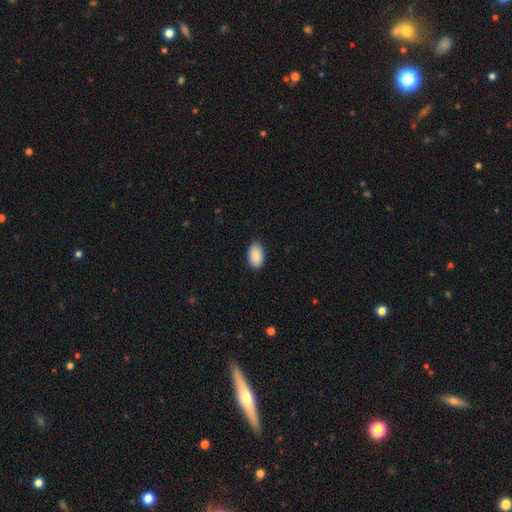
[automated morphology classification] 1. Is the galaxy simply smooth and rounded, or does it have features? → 90% smooth, 6% star or artifact, 4% featured or disk.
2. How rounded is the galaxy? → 95% in between, 3% round, 1% cigar-shaped.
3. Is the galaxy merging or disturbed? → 88% none, 10% minor disturbance, 2% major disturbance, 1% merger.